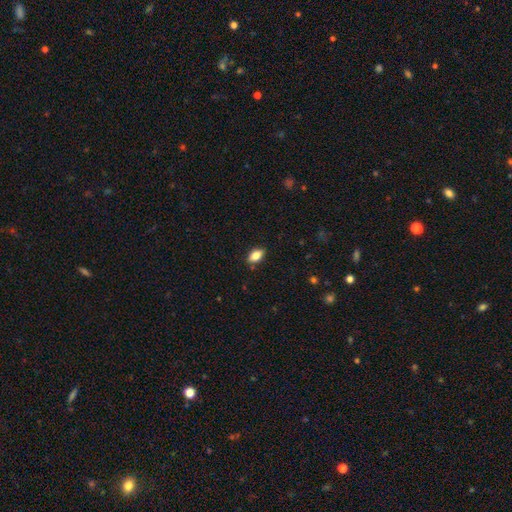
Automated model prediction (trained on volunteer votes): Smooth or featured?
  - smooth: 81% *
  - featured or disk: 11%
  - star or artifact: 8%
How rounded?
  - in between: 89% *
  - round: 6%
  - cigar-shaped: 5%
Merging?
  - none: 85% *
  - minor disturbance: 11%
  - major disturbance: 2%
  - merger: 1%